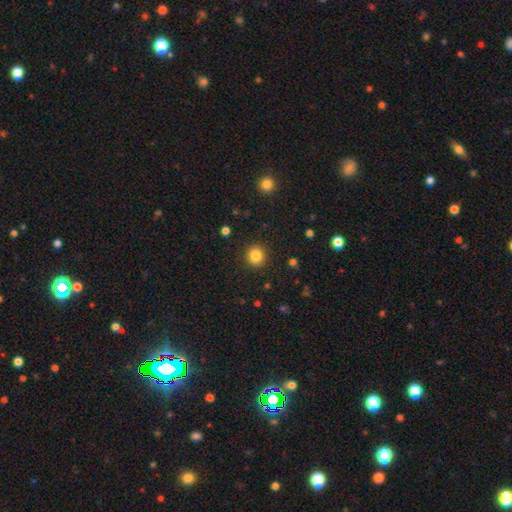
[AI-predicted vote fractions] smooth_or_featured: smooth (p=0.84) [alt: star or artifact p=0.11]
how_rounded: round (p=0.88) [alt: in between p=0.12]
merging: none (p=0.91) [alt: minor disturbance p=0.06]